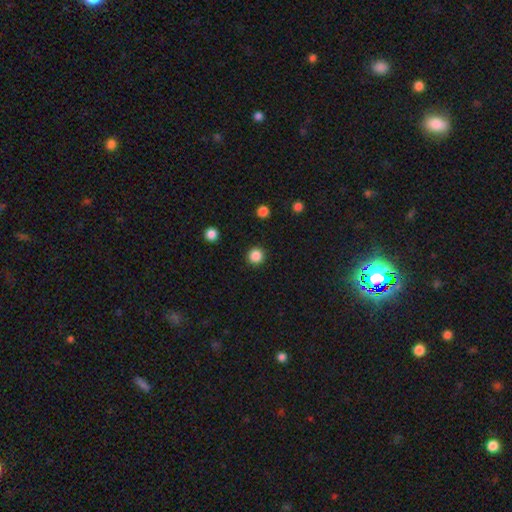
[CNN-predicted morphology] Q: Smooth or featured?
A: smooth (86%); runner-up: star or artifact (11%)
Q: How rounded?
A: round (96%); runner-up: in between (3%)
Q: Merging?
A: none (93%); runner-up: minor disturbance (5%)